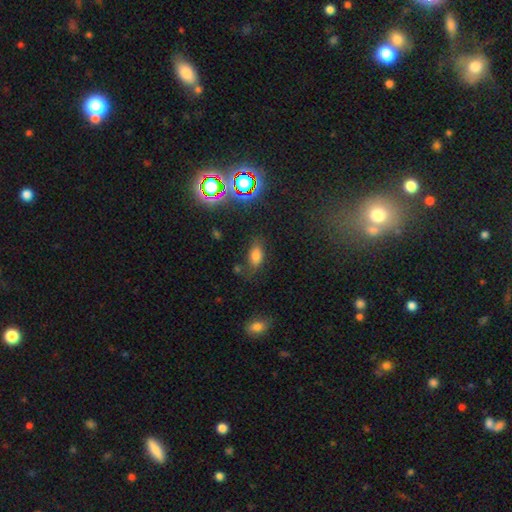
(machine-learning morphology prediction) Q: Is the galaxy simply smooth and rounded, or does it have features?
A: smooth — 68%.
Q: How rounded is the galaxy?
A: in between — 87%.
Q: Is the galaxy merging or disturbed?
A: none — 69%.